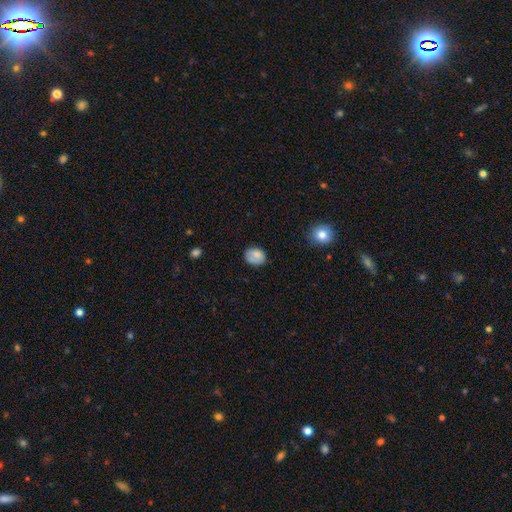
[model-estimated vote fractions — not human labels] Smooth or featured: smooth — 79% (featured or disk — 12%)
How rounded: in between — 53% (round — 46%)
Merging: none — 69% (minor disturbance — 22%)